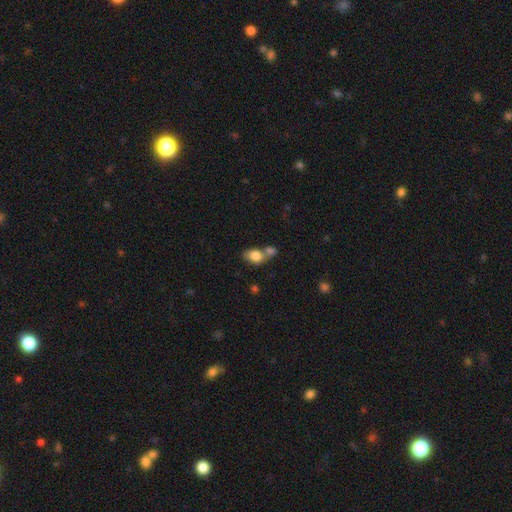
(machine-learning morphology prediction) A smooth galaxy with no disk features (79%) that is in between round and cigar-shaped (79%).

Vote fractions:
- Smooth or featured? smooth: 79% / featured or disk: 13% / star or artifact: 8%
- How rounded? in between: 79% / round: 18% / cigar-shaped: 3%
- Merging? merger: 51% / none: 32% / minor disturbance: 11% / major disturbance: 5%